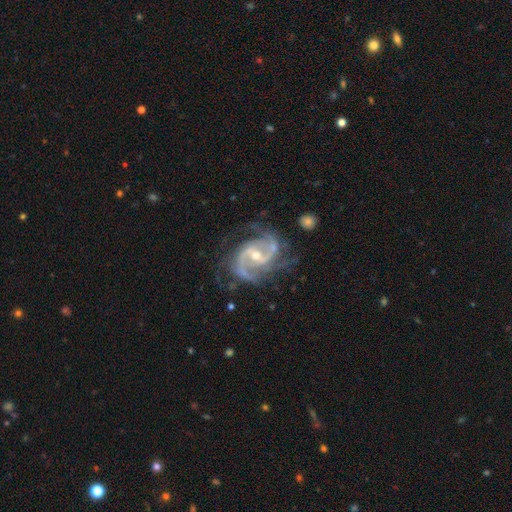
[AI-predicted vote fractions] smooth_or_featured: featured or disk (p=0.93) [alt: star or artifact p=0.05]
disk_edge_on: no (p=0.98) [alt: yes p=0.02]
bar: weak (p=0.45) [alt: no p=0.32]
has_spiral_arms: yes (p=0.98) [alt: no p=0.02]
spiral_winding: medium (p=0.59) [alt: tight p=0.24]
spiral_arm_count: 2 (p=0.73) [alt: 3 p=0.13]
bulge_size: small (p=0.52) [alt: moderate p=0.45]
merging: none (p=0.67) [alt: minor disturbance p=0.20]